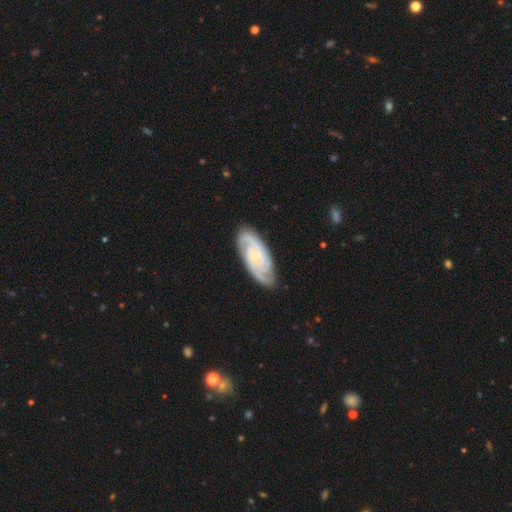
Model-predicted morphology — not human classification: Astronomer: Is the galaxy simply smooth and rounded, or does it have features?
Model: featured or disk — 87%.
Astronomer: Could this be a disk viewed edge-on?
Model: no — 95%.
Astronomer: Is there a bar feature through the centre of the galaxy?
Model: no — 66%.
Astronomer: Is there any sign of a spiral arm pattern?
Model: yes — 98%.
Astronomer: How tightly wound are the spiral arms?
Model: tight — 61%.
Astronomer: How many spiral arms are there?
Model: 2 — 44% (runner-up: 3, 31%).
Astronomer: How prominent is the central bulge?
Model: small — 77%.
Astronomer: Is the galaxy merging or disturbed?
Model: none — 81%.